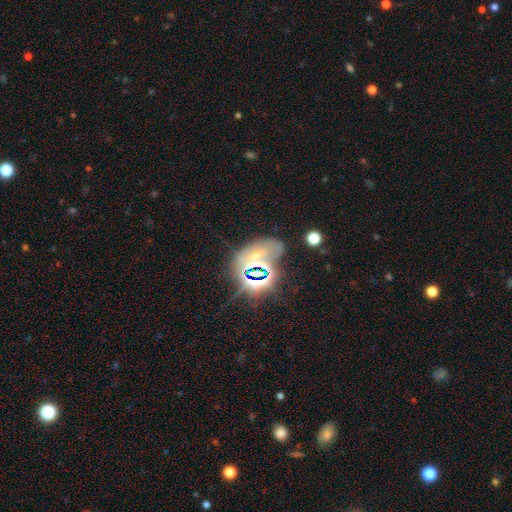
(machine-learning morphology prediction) Q: Smooth or featured?
A: star or artifact (55%); runner-up: featured or disk (25%)